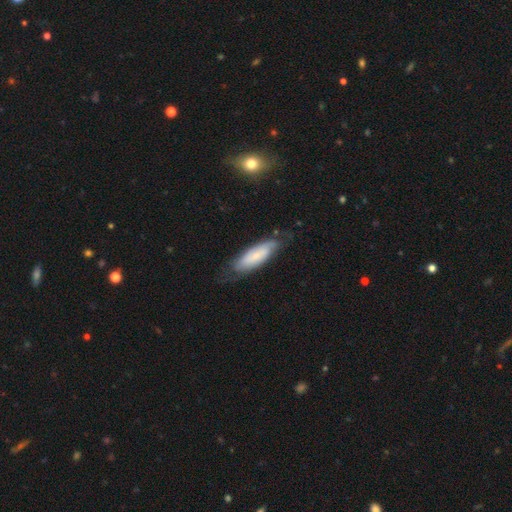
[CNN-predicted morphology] Smooth or featured: smooth — 50% (featured or disk — 43%)
How rounded: in between — 55% (cigar-shaped — 43%)
Merging: none — 64% (minor disturbance — 25%)